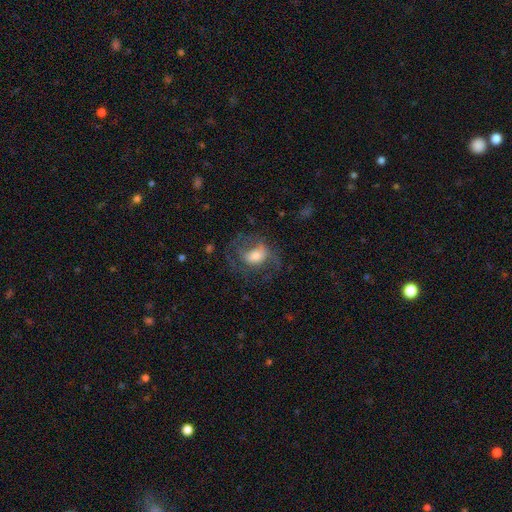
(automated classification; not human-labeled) smooth_or_featured: featured or disk (p=0.48) [alt: smooth p=0.42]
merging: none (p=0.48) [alt: major disturbance p=0.30]